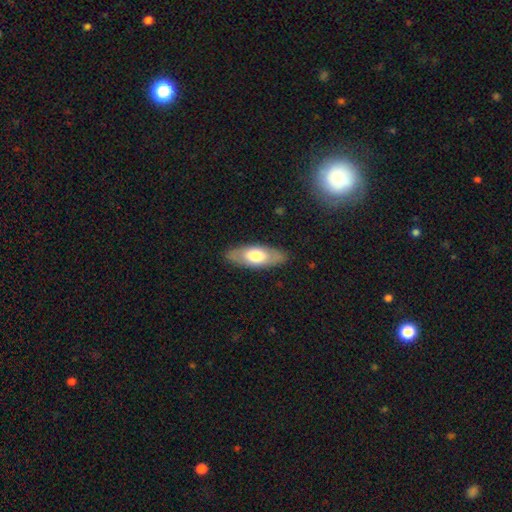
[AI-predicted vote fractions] This is possibly a smooth galaxy (59%). How rounded: likely in between (78%). Merging: clearly none (86%).